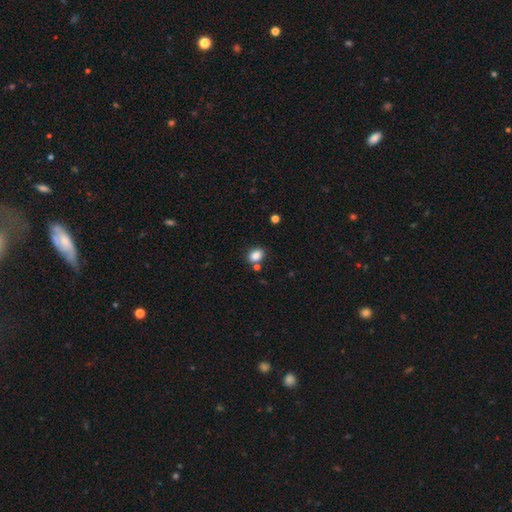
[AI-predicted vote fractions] This appears to be a smooth galaxy with no disk features (86%) that is in between round and cigar-shaped (70%). Merging: none (73%).